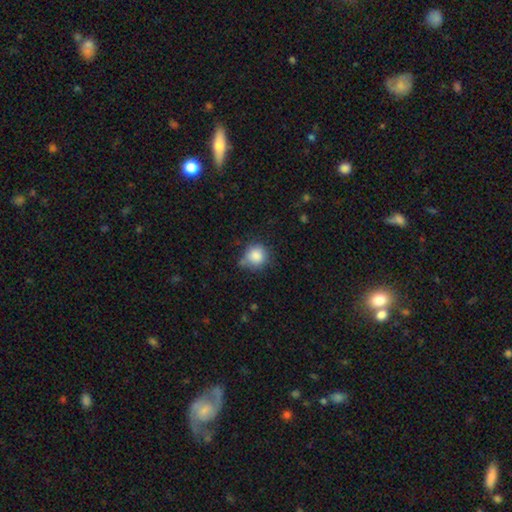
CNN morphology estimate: smooth-or-featured: smooth: 85% | star or artifact: 9% | featured or disk: 6%
  how-rounded: round: 85% | in between: 14% | cigar-shaped: 1%
  merging: none: 60% | minor disturbance: 27% | major disturbance: 6% | merger: 6%